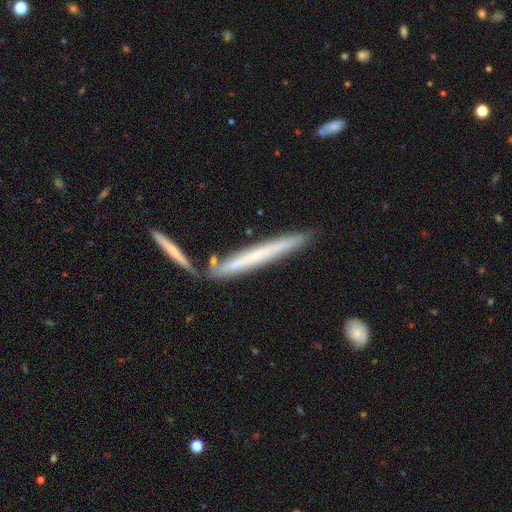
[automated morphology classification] Smooth or featured?
  - smooth: 48% *
  - featured or disk: 46%
  - star or artifact: 6%
Merging?
  - none: 72% *
  - merger: 13%
  - minor disturbance: 12%
  - major disturbance: 3%